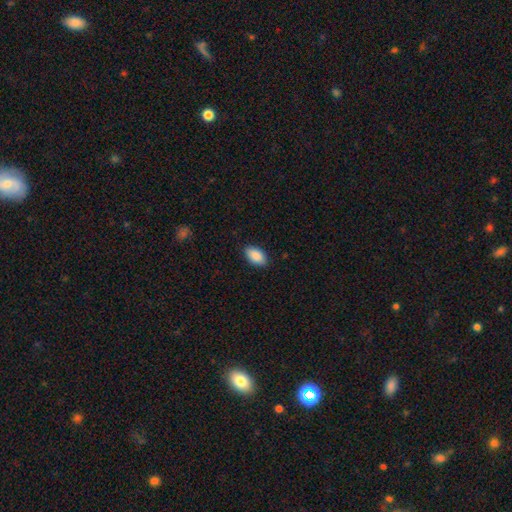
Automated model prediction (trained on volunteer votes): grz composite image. It shows a smooth galaxy with no disk features (90%) that is in between round and cigar-shaped (94%). Merging: none (87%).